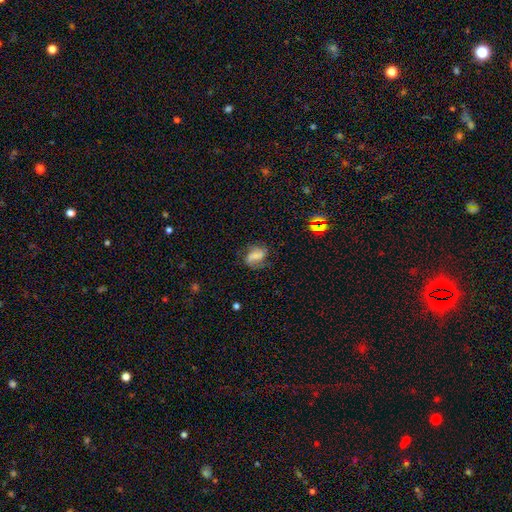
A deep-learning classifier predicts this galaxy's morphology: type=featured or disk (49%); merging=none (57%).